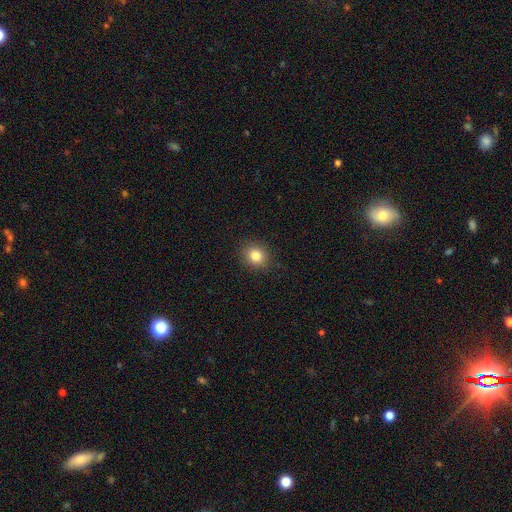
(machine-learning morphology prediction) smooth-or-featured: smooth: 83% | star or artifact: 11% | featured or disk: 6%
  how-rounded: round: 72% | in between: 27% | cigar-shaped: 1%
  merging: none: 89% | minor disturbance: 7% | major disturbance: 2% | merger: 1%